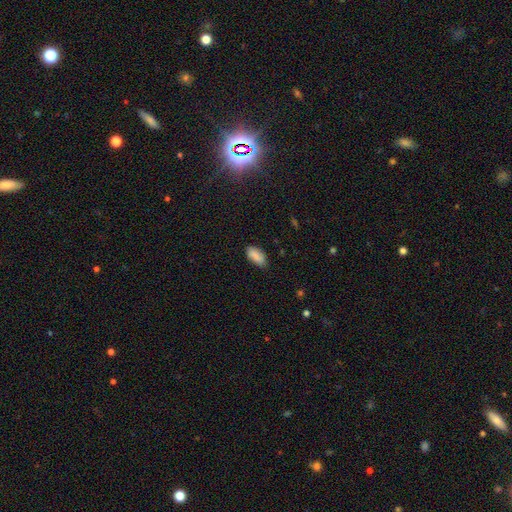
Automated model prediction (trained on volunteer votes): smooth 86%, star or artifact 7%, featured or disk 7%. Down the decision tree: how rounded — in between (91%); merging — none (77%).